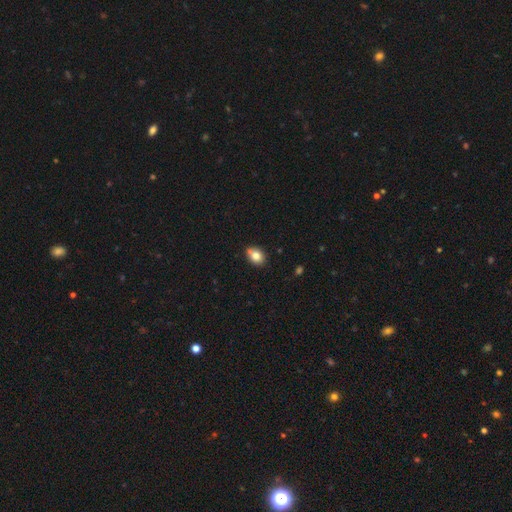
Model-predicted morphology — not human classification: Smooth or featured?
  - smooth: 82% *
  - star or artifact: 9%
  - featured or disk: 9%
How rounded?
  - in between: 68% *
  - round: 31%
  - cigar-shaped: 1%
Merging?
  - none: 71% *
  - minor disturbance: 20%
  - merger: 6%
  - major disturbance: 3%